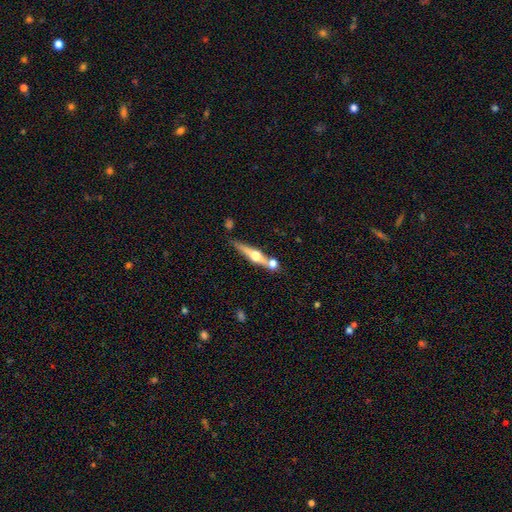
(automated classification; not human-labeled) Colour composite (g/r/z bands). It shows a featured or disk galaxy (69%) viewed edge-on (96%) with a rounded central bulge (95%). Merging: none (65%).